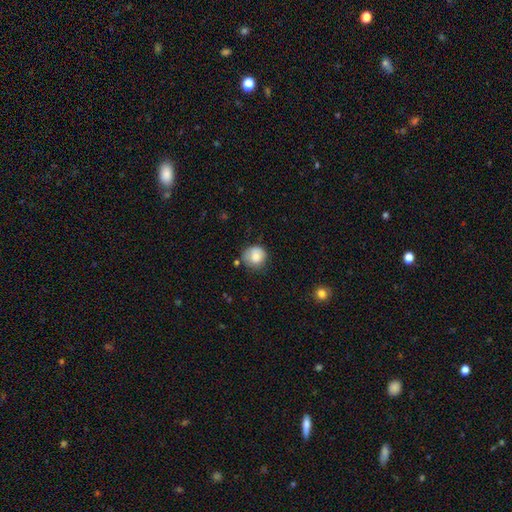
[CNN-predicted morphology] Smooth or featured?
  - smooth: 81% *
  - featured or disk: 11%
  - star or artifact: 8%
How rounded?
  - round: 88% *
  - in between: 11%
  - cigar-shaped: 1%
Merging?
  - none: 62% *
  - minor disturbance: 26%
  - major disturbance: 7%
  - merger: 4%